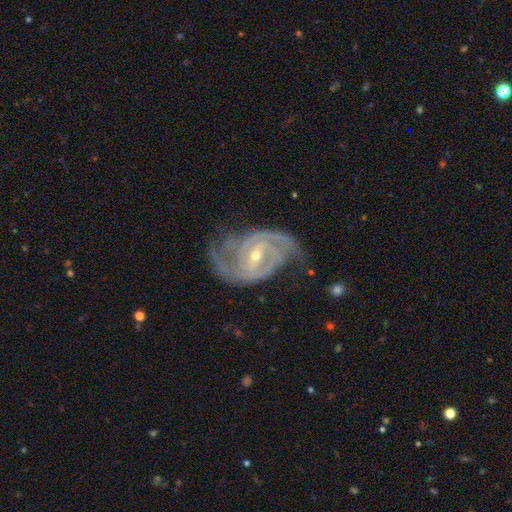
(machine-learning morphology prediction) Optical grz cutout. It shows a featured or disk galaxy (92%) with a weak bar (44%), 2 (64%) tight (48%) spiral arms (98%) and a small central bulge (65%). Merging: none (65%).